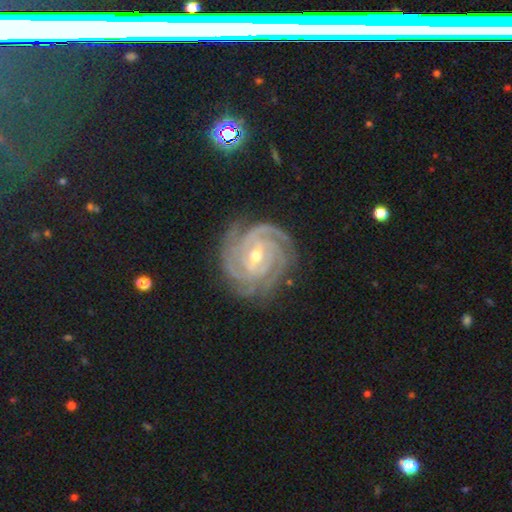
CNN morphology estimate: The model was most divided on "bulge size" (2-way tie): moderate: 49%, small: 49%, large: 1%, none: 1%, dominant: 1%. Remaining: spiral arms — yes (99%); edge-on disk — no (98%); smooth or featured — featured or disk (92%); spiral winding — tight (82%); merging — none (80%); bar — weak (46%); spiral arm count — 4 (32%).